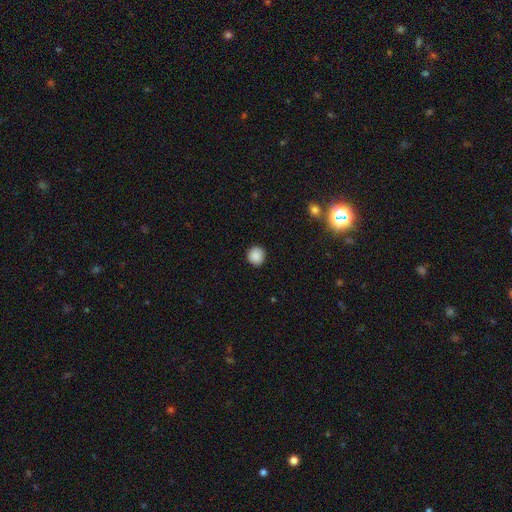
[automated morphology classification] This appears to be a smooth galaxy with no disk features (88%) that is round (92%). Merging: none (90%).